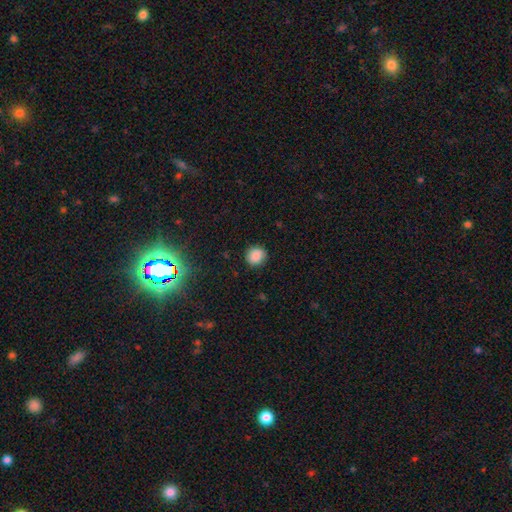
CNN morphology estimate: This appears to be a smooth galaxy with no disk features (85%) that is round (86%). Merging: none (86%).